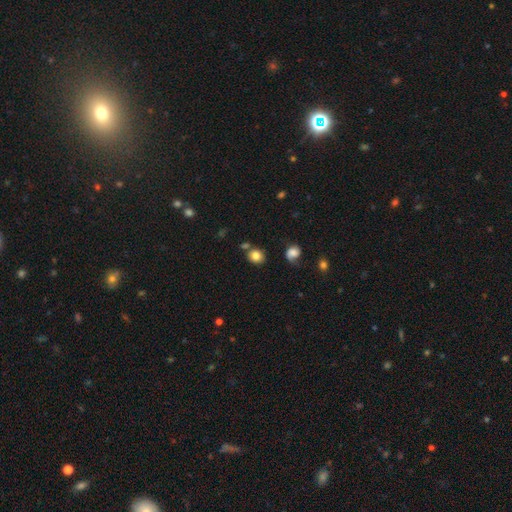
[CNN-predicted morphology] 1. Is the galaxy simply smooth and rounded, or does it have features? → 82% smooth, 11% star or artifact, 8% featured or disk.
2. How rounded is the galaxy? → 77% round, 22% in between, 1% cigar-shaped.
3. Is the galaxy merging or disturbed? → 74% none, 12% minor disturbance, 10% merger, 4% major disturbance.